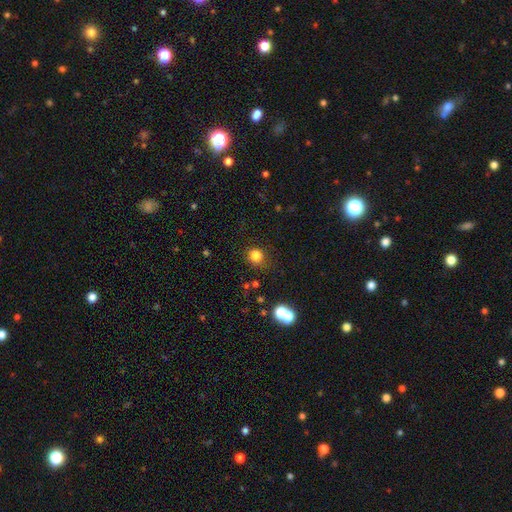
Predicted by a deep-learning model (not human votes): Smooth or featured? smooth (81%)
How rounded? round (85%)
Merging? none (76%)